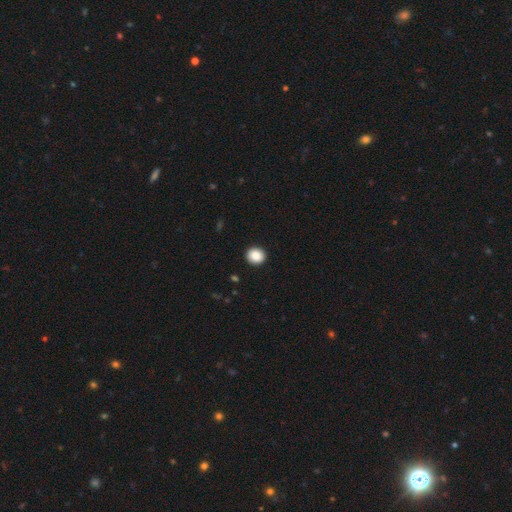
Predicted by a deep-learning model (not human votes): smooth 88%, star or artifact 9%, featured or disk 4%. Down the decision tree: how rounded — round (84%); merging — none (93%).